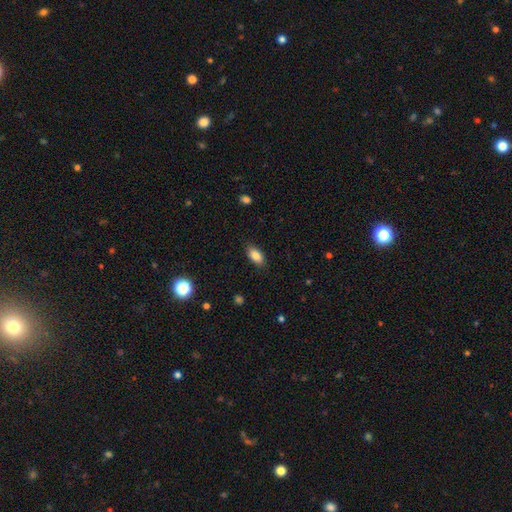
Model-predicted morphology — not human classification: This appears to be a smooth galaxy with no disk features (85%) that is in between round and cigar-shaped (90%). Merging: none (87%).